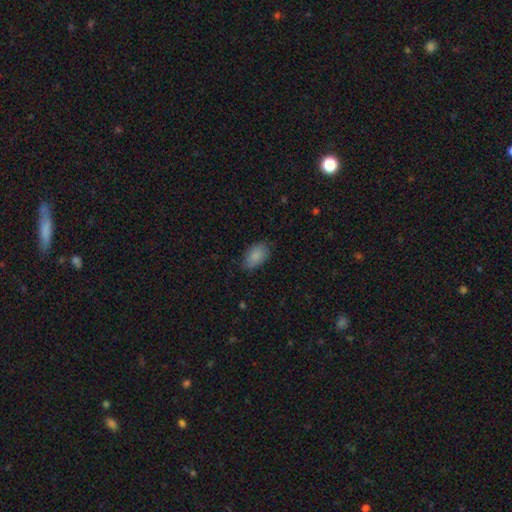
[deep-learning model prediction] The model was most divided on "merging": none: 79%, minor disturbance: 16%, major disturbance: 3%, merger: 1%. More confident: how rounded — in between (93%); smooth or featured — smooth (87%).